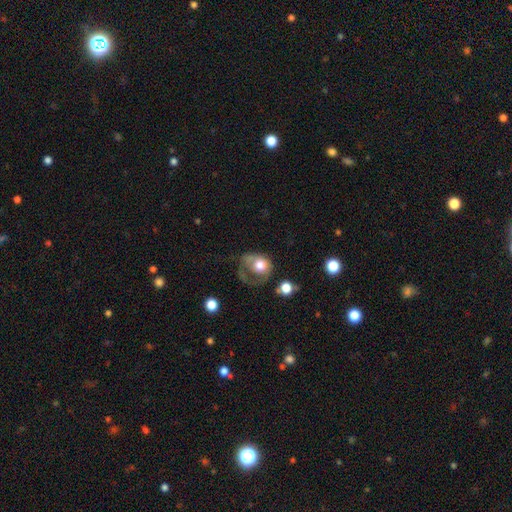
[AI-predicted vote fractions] Smooth or featured? Predicted: smooth (p=0.46). Merging? Predicted: major disturbance (p=0.43).